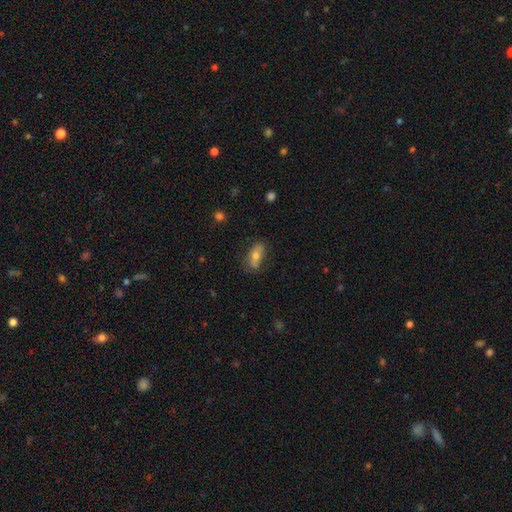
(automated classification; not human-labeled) smooth-or-featured: smooth: 60% | featured or disk: 31% | star or artifact: 9%
  how-rounded: in between: 83% | cigar-shaped: 12% | round: 5%
  merging: none: 70% | minor disturbance: 21% | major disturbance: 6% | merger: 2%